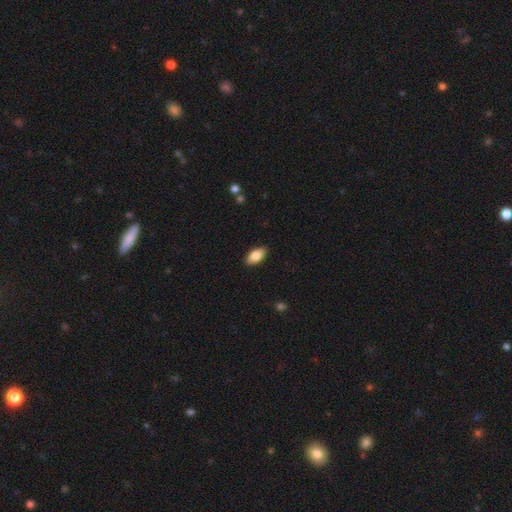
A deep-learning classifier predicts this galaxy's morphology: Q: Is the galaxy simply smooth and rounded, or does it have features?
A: smooth — 83%.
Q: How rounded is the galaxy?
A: in between — 93%.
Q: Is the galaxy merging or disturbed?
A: none — 89%.